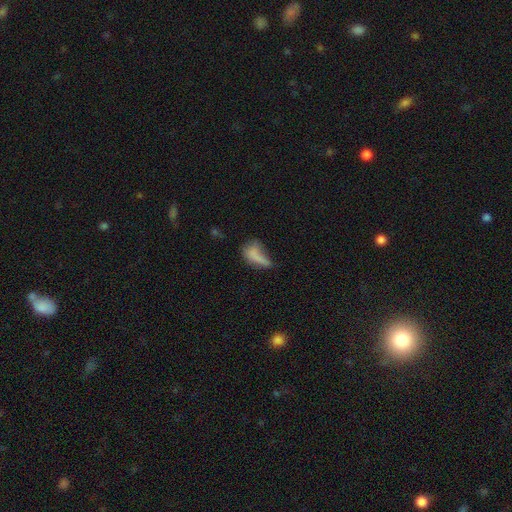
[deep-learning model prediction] Smooth or featured: smooth — 67% (featured or disk — 21%)
How rounded: in between — 65% (cigar-shaped — 26%)
Merging: major disturbance — 32% (none — 30%)